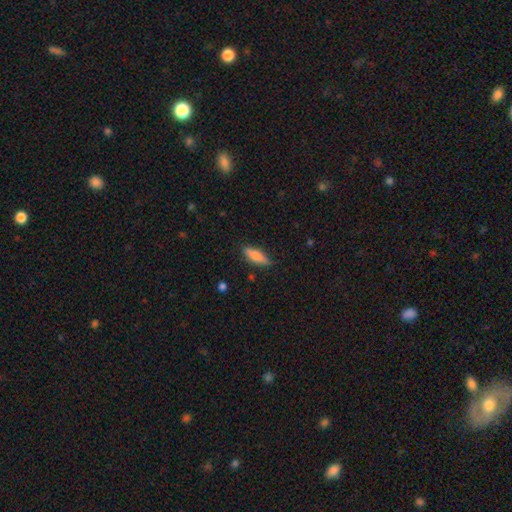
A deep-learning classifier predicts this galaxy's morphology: This is clearly a smooth galaxy (81%). How rounded: possibly in between (57%). Merging: clearly none (83%).